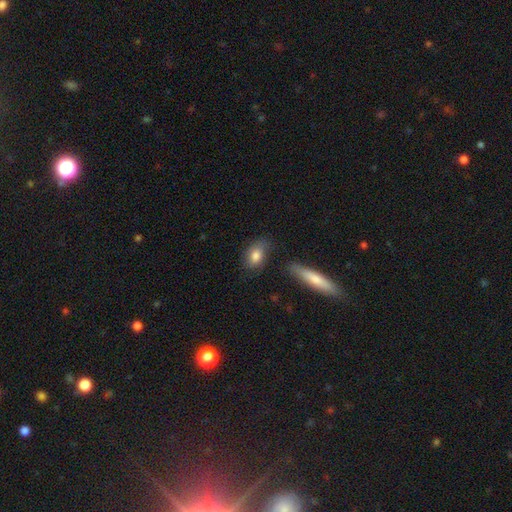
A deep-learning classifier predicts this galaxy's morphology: Smooth or featured? Predicted: smooth (p=0.79). How rounded? Predicted: in between (p=0.82). Merging? Predicted: none (p=0.70).